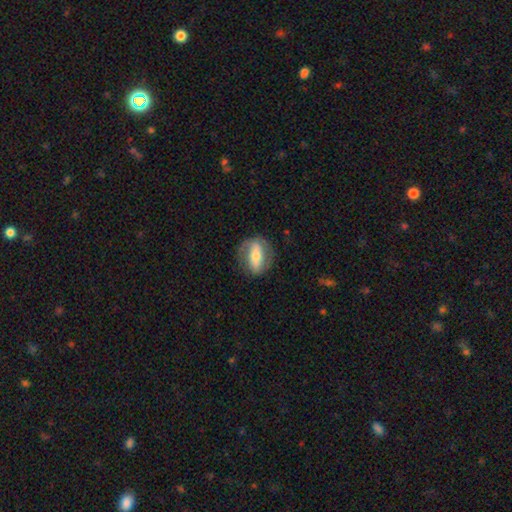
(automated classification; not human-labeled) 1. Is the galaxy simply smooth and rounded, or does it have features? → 60% featured or disk, 33% smooth, 6% star or artifact.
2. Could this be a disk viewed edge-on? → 86% no, 14% yes.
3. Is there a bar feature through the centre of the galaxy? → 61% strong, 20% weak, 19% no.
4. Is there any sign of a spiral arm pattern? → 60% yes, 40% no.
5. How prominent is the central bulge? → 54% moderate, 34% small, 8% large, 2% none, 2% dominant.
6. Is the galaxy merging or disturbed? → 76% none, 15% minor disturbance, 8% major disturbance, 1% merger.